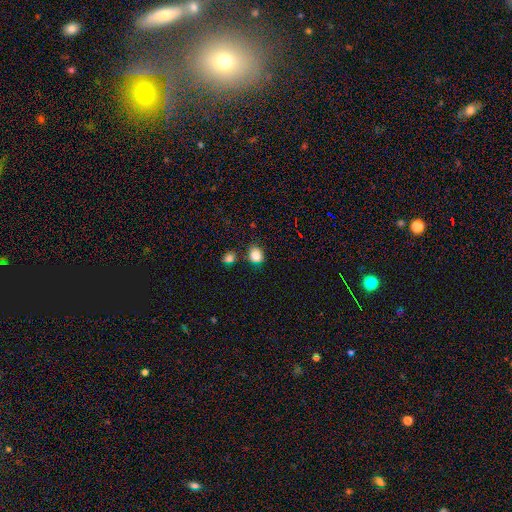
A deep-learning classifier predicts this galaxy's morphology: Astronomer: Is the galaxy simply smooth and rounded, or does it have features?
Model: smooth — 85%.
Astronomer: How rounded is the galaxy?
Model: round — 64%.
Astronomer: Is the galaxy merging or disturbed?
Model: none — 77%.